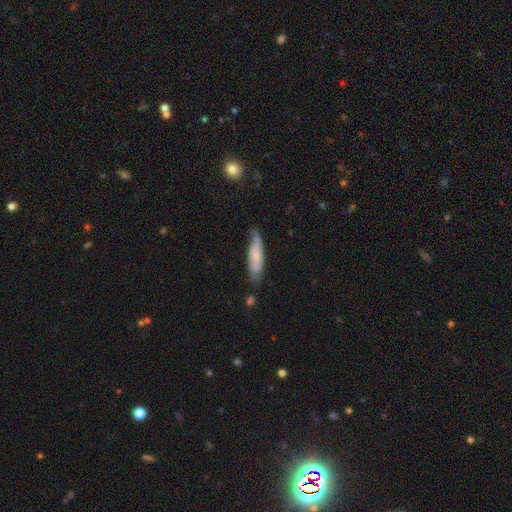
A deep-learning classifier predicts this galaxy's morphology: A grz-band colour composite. It shows a smooth galaxy with no disk features (53%) that is cigar-shaped (60%). Merging: none (63%).